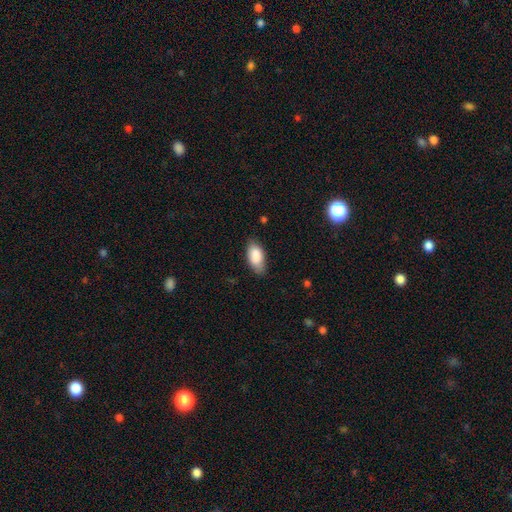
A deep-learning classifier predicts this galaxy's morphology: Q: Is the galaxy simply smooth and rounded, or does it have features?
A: smooth — 86%.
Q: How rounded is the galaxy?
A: in between — 92%.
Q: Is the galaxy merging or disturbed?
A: none — 75%.